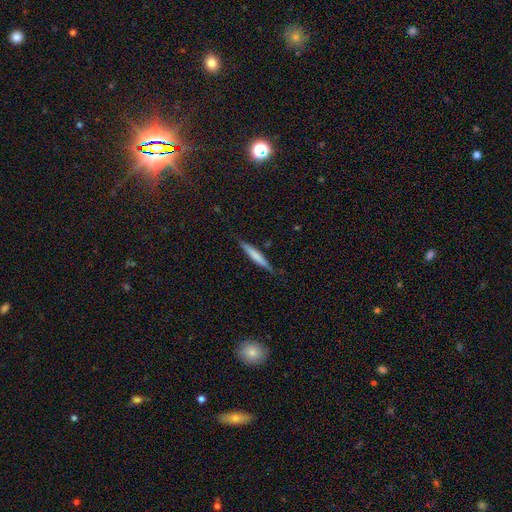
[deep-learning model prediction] Q: Smooth or featured?
A: smooth (63%); runner-up: featured or disk (31%)
Q: How rounded?
A: cigar-shaped (94%); runner-up: in between (5%)
Q: Merging?
A: none (84%); runner-up: minor disturbance (12%)